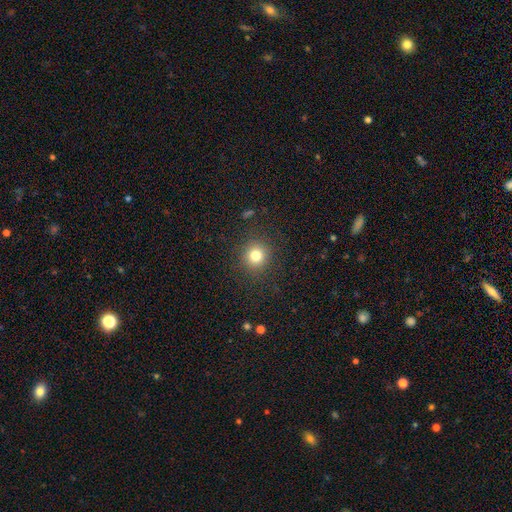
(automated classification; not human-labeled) smooth 79%, star or artifact 14%, featured or disk 7%. Down the decision tree: how rounded — round (92%); merging — none (89%).